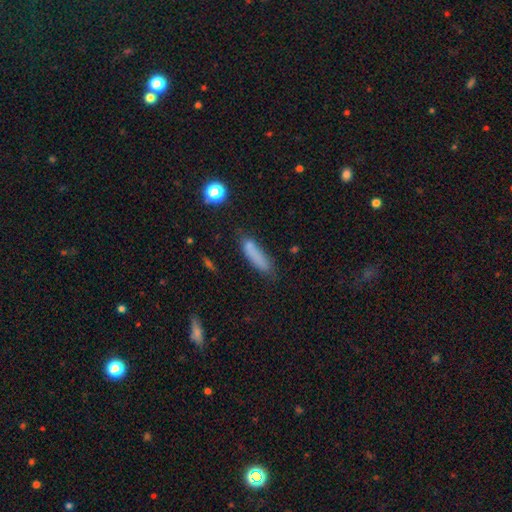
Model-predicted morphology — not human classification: Smooth or featured?
  - smooth: 80% *
  - featured or disk: 10%
  - star or artifact: 10%
How rounded?
  - cigar-shaped: 69% *
  - in between: 29%
  - round: 2%
Merging?
  - none: 64% *
  - minor disturbance: 23%
  - major disturbance: 8%
  - merger: 5%